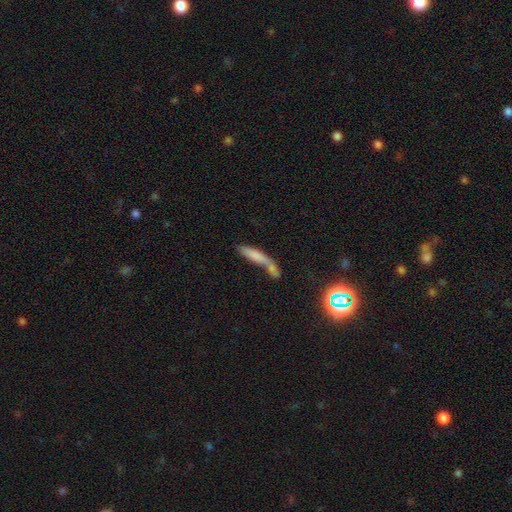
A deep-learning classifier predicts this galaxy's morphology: Q: Smooth or featured?
A: smooth (71%); runner-up: featured or disk (21%)
Q: How rounded?
A: cigar-shaped (79%); runner-up: in between (19%)
Q: Merging?
A: merger (46%); runner-up: none (29%)